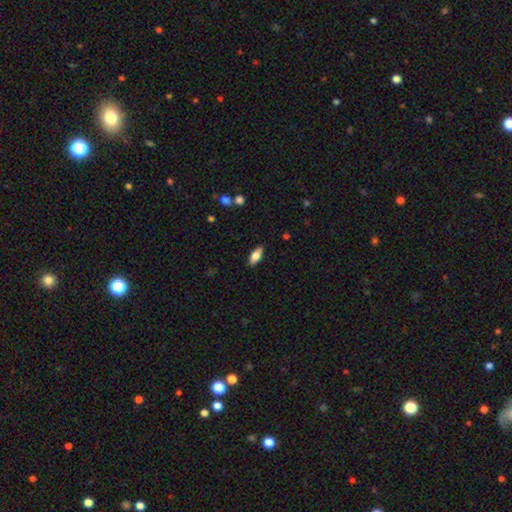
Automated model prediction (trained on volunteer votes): smooth_or_featured: smooth (p=0.75) [alt: featured or disk p=0.18]
how_rounded: in between (p=0.84) [alt: cigar-shaped p=0.13]
merging: none (p=0.87) [alt: minor disturbance p=0.10]